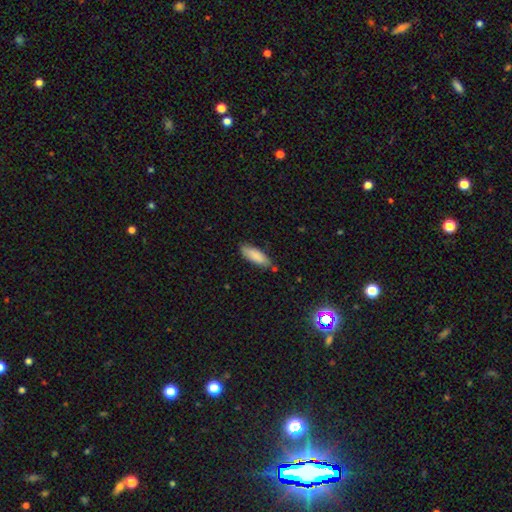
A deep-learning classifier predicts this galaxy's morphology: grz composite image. It shows a smooth galaxy with no disk features (87%) that is in between round and cigar-shaped (59%). Merging: none (78%).